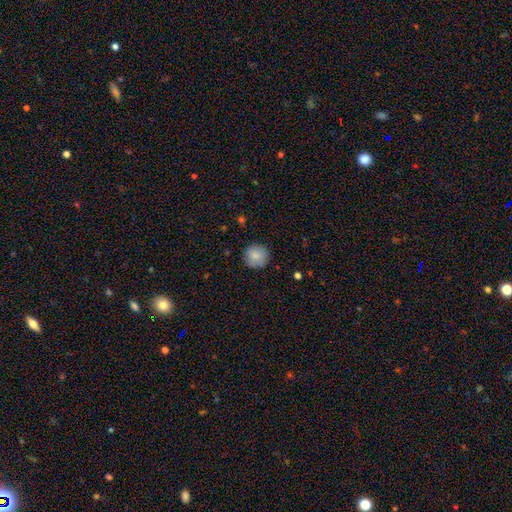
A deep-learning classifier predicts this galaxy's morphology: This appears to be a smooth galaxy with no disk features (85%) that is round (94%). Merging: none (88%).